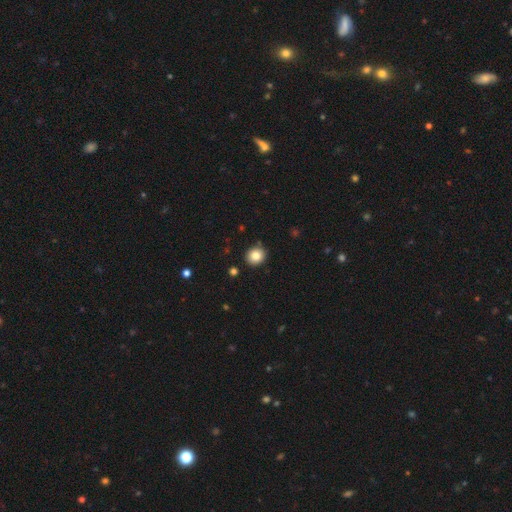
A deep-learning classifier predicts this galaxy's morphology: Smooth or featured: smooth — 83% (star or artifact — 10%)
How rounded: round — 81% (in between — 19%)
Merging: none — 89% (minor disturbance — 7%)